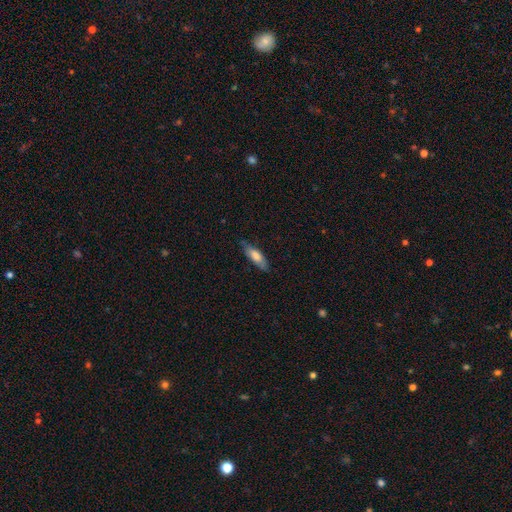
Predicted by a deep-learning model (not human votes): smooth 70%, featured or disk 24%, star or artifact 6%. Down the decision tree: how rounded — in between (52%); merging — none (78%).